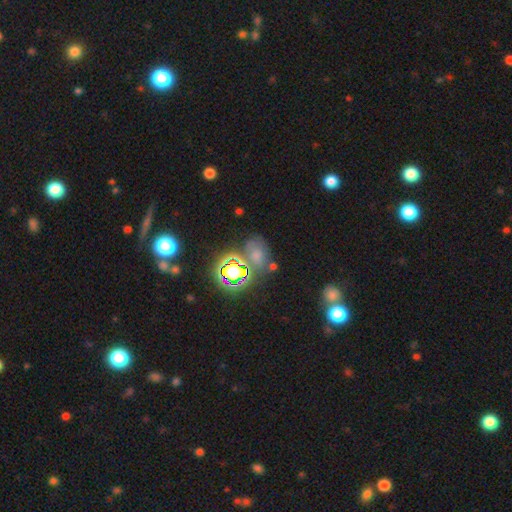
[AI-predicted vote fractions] A smooth galaxy with no disk features (43%).

Vote fractions:
- Smooth or featured? smooth: 43% / star or artifact: 42% / featured or disk: 15%
- Merging? none: 57% / minor disturbance: 17% / merger: 16% / major disturbance: 10%